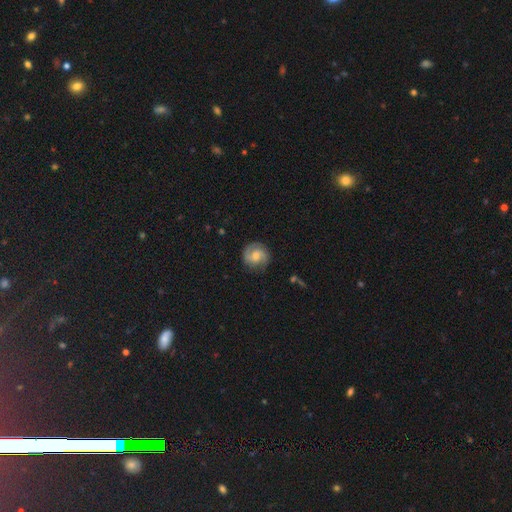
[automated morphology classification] Q: Smooth or featured?
A: featured or disk (78%); runner-up: smooth (16%)
Q: Edge-on disk?
A: no (98%); runner-up: yes (2%)
Q: Bar?
A: no (49%); runner-up: weak (43%)
Q: Spiral arms?
A: yes (96%); runner-up: no (4%)
Q: Spiral winding?
A: medium (47%); runner-up: tight (38%)
Q: Spiral arm count?
A: 2 (86%); runner-up: can't tell (5%)
Q: Bulge size?
A: moderate (55%); runner-up: small (37%)
Q: Merging?
A: none (83%); runner-up: minor disturbance (12%)